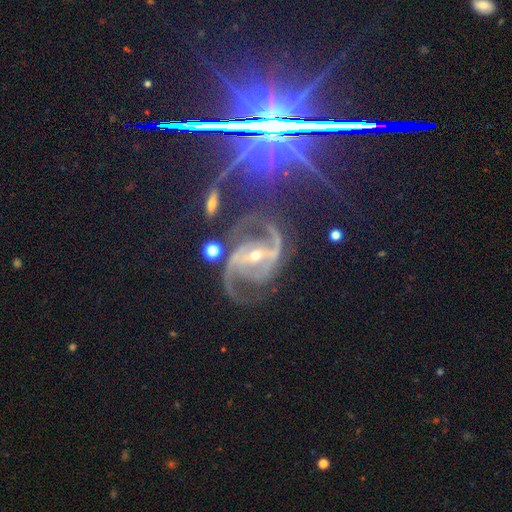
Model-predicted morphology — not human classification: featured or disk 88%, star or artifact 9%, smooth 3%. Down the decision tree: edge-on disk — no (97%); bar — strong (65%); spiral arms — yes (97%); spiral arm count — 2 (84%); spiral winding — medium (58%); bulge size — small (59%); merging — none (61%).